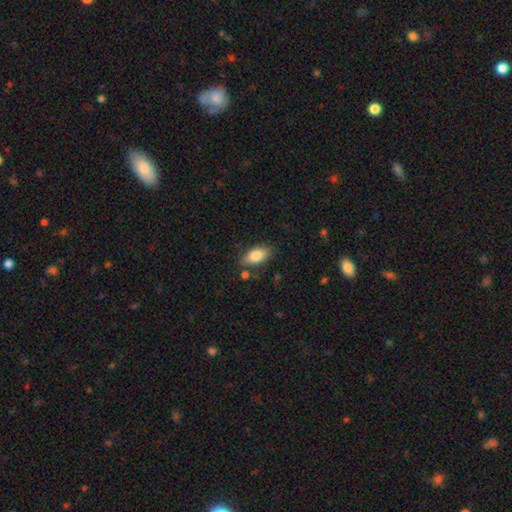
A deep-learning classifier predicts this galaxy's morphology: Smooth or featured? Predicted: smooth (p=0.79). How rounded? Predicted: in between (p=0.89). Merging? Predicted: none (p=0.78).